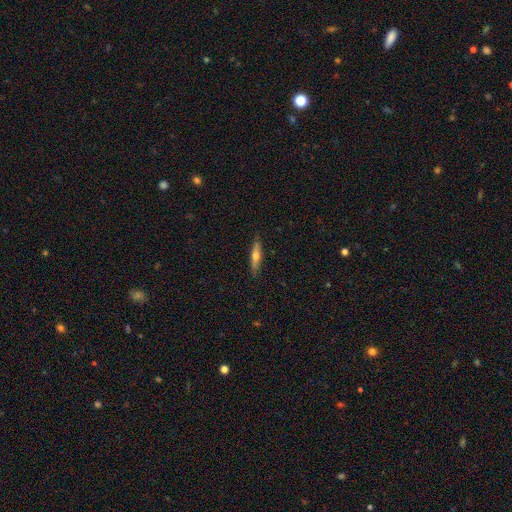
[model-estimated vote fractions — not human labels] A smooth galaxy with no disk features (53%) that is cigar-shaped (81%). Merging: none (87%).